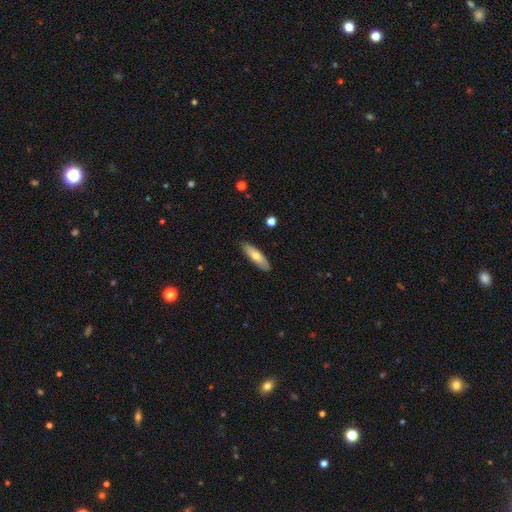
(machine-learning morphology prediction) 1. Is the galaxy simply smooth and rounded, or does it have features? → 64% smooth, 30% featured or disk, 6% star or artifact.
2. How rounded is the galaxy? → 56% cigar-shaped, 42% in between, 2% round.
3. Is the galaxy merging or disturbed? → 87% none, 10% minor disturbance, 2% major disturbance, 1% merger.